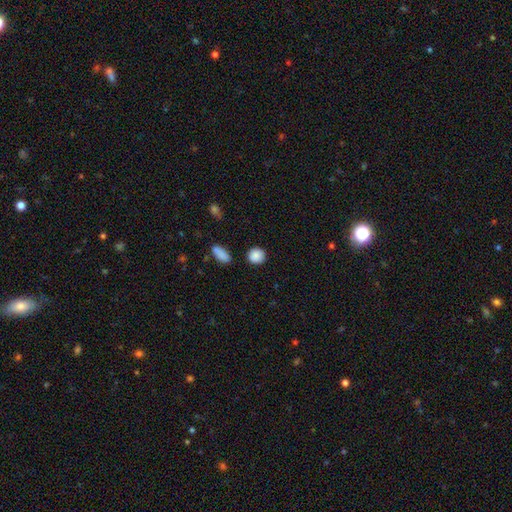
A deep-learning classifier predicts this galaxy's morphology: Overall: smooth (88%). How rounded: round (86%). Merging: none (86%).